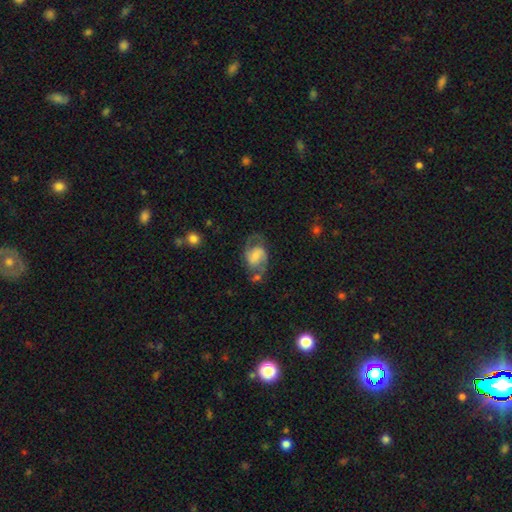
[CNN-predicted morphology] This is likely a featured or disk galaxy (70%). It is clearly not viewed edge-on (97%). Bar: possibly weak (46%). Spiral arm pattern: clearly yes (90%). Spiral arm count: clearly 2 (88%). Spiral winding: possibly medium (52%). Central bulge: marginally small (38%). Merging: possibly none (57%).